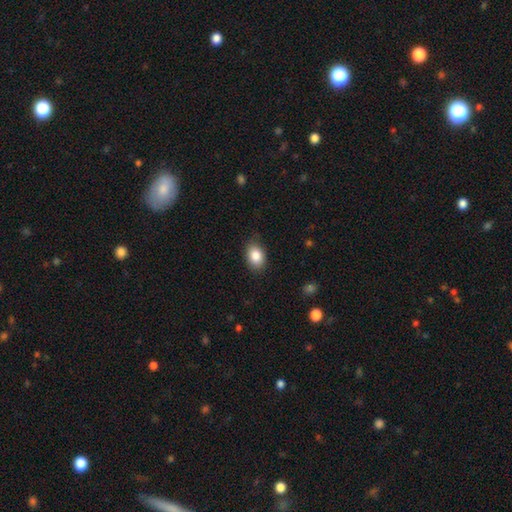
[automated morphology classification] Smooth or featured: smooth — 85% (star or artifact — 8%)
How rounded: in between — 80% (round — 19%)
Merging: none — 83% (minor disturbance — 13%)